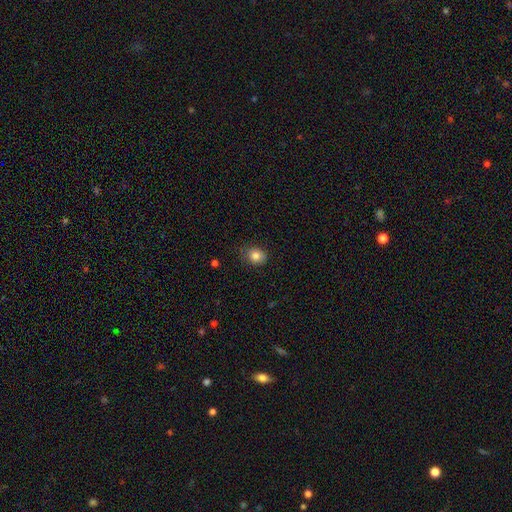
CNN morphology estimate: Smooth or featured: smooth — 82% (star or artifact — 10%)
How rounded: round — 59% (in between — 40%)
Merging: none — 76% (minor disturbance — 20%)